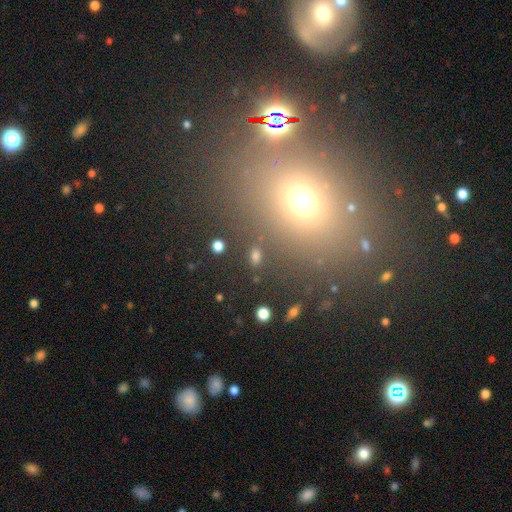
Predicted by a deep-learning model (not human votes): This is likely a smooth galaxy (72%). How rounded: likely in between (73%). Merging: clearly none (83%).